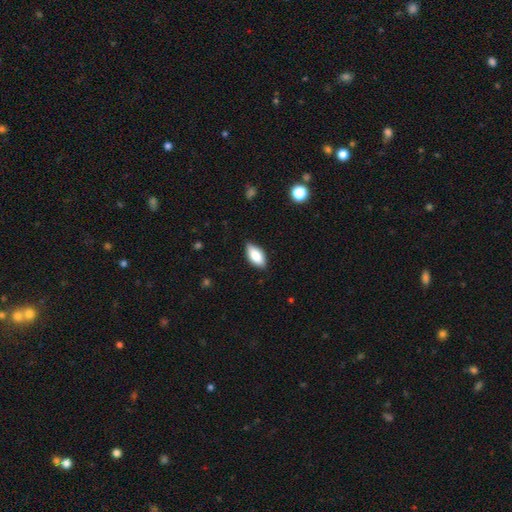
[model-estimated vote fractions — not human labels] smooth-or-featured: smooth: 82% | featured or disk: 11% | star or artifact: 6%
  how-rounded: in between: 89% | cigar-shaped: 8% | round: 3%
  merging: none: 84% | minor disturbance: 13% | major disturbance: 2% | merger: 1%